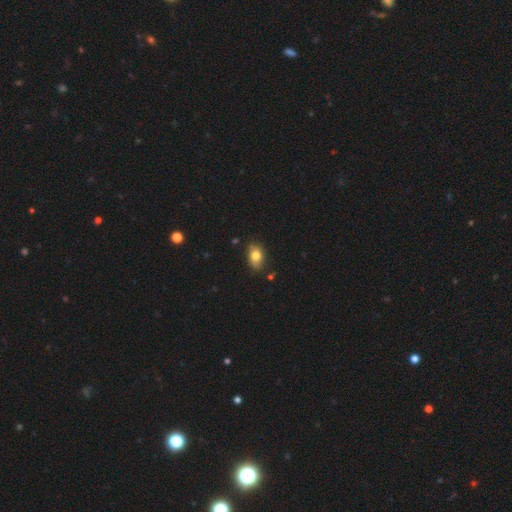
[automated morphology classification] smooth-or-featured: smooth: 80% | featured or disk: 12% | star or artifact: 9%
  how-rounded: in between: 84% | round: 14% | cigar-shaped: 2%
  merging: none: 79% | minor disturbance: 16% | major disturbance: 3% | merger: 2%